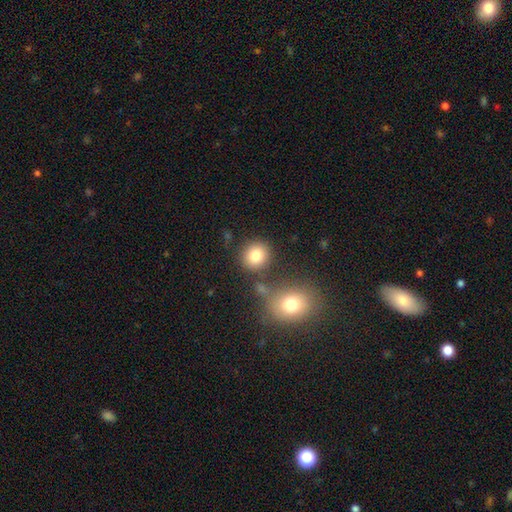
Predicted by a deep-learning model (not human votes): Smooth or featured?
  - smooth: 82% *
  - star or artifact: 10%
  - featured or disk: 8%
How rounded?
  - round: 85% *
  - in between: 14%
  - cigar-shaped: 1%
Merging?
  - none: 77% *
  - merger: 11%
  - minor disturbance: 9%
  - major disturbance: 4%